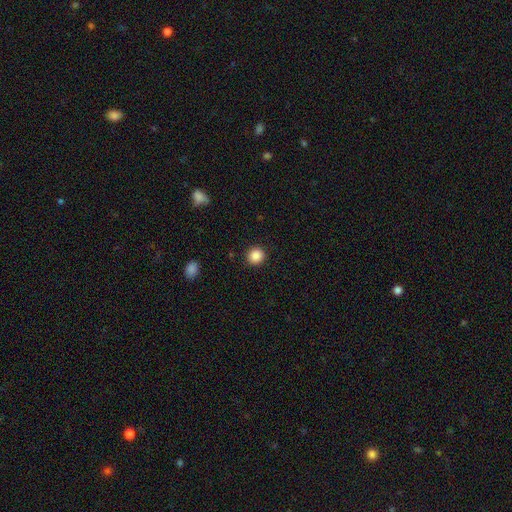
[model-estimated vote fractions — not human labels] This appears to be a smooth galaxy with no disk features (87%) that is round (89%). Merging: none (91%).